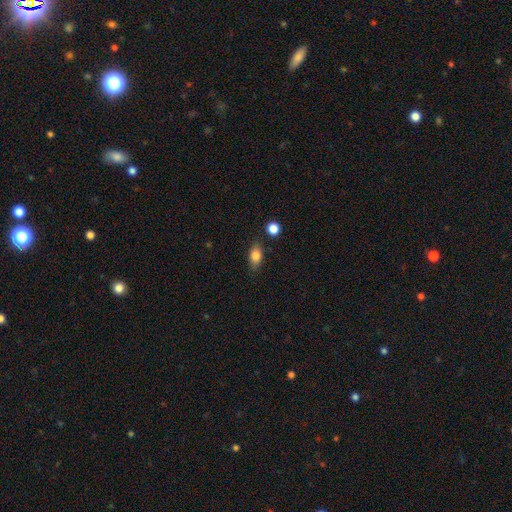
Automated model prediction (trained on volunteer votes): This is clearly a smooth galaxy (80%). How rounded: clearly in between (81%). Merging: likely none (79%).